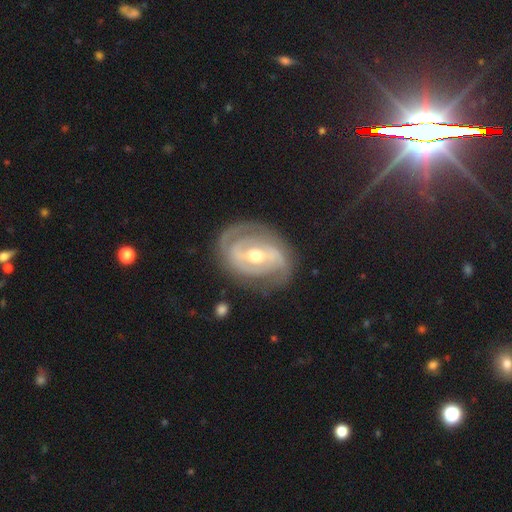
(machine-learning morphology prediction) A featured or disk galaxy (86%) with a weak bar (41%), 2 (59%) tight (58%) spiral arms (92%) and a moderate central bulge (72%).

Vote fractions:
- Smooth or featured? featured or disk: 86% / smooth: 8% / star or artifact: 5%
- Edge-on disk? no: 97% / yes: 3%
- Bar? weak: 41% / strong: 37% / no: 22%
- Spiral arms? yes: 92% / no: 8%
- Spiral winding? tight: 58% / medium: 32% / loose: 10%
- Spiral arm count? 2: 59% / can't tell: 17% / 3: 13% / 1: 4% / 4: 3% / more than 4: 3%
- Bulge size? moderate: 72% / small: 21% / large: 5% / none: 1% / dominant: 1%
- Merging? none: 73% / minor disturbance: 18% / major disturbance: 8% / merger: 1%